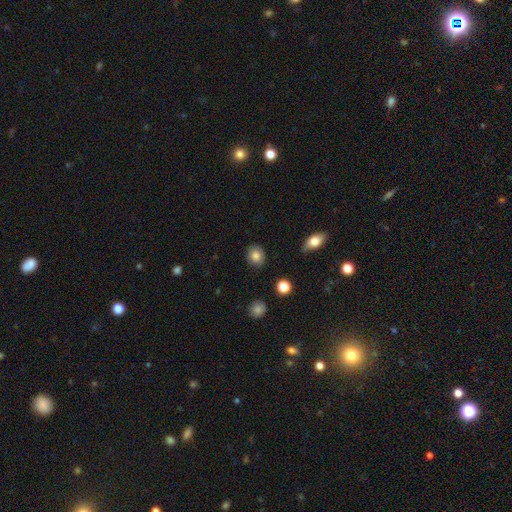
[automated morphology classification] A smooth galaxy with no disk features (83%) that is round (68%).

Vote fractions:
- Smooth or featured? smooth: 83% / star or artifact: 9% / featured or disk: 8%
- How rounded? round: 68% / in between: 31% / cigar-shaped: 1%
- Merging? none: 87% / minor disturbance: 9% / major disturbance: 2% / merger: 1%